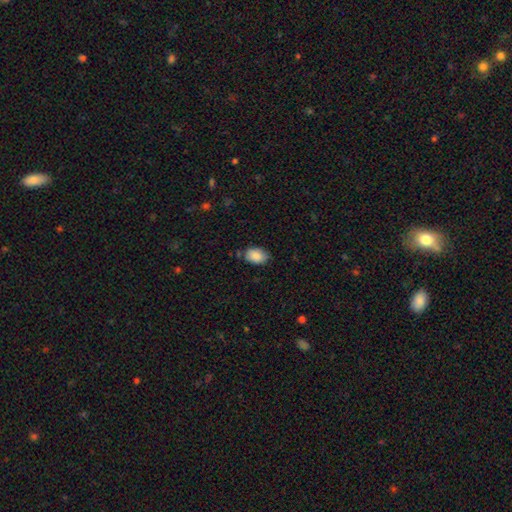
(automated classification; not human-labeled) smooth 88%, star or artifact 7%, featured or disk 5%. Down the decision tree: how rounded — in between (87%); merging — none (77%).